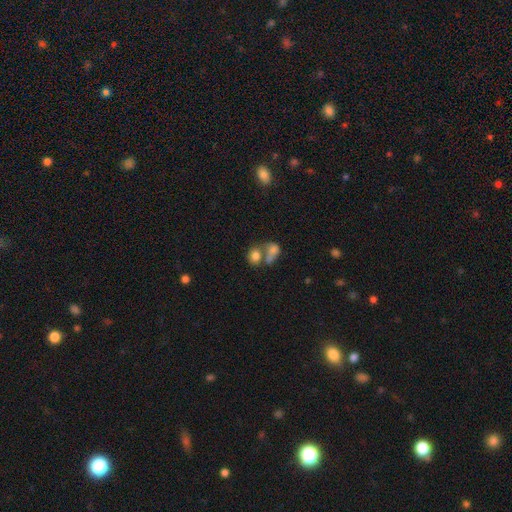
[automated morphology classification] This appears to be a smooth galaxy with no disk features (77%) that is round (54%). Merging: merger (54%).